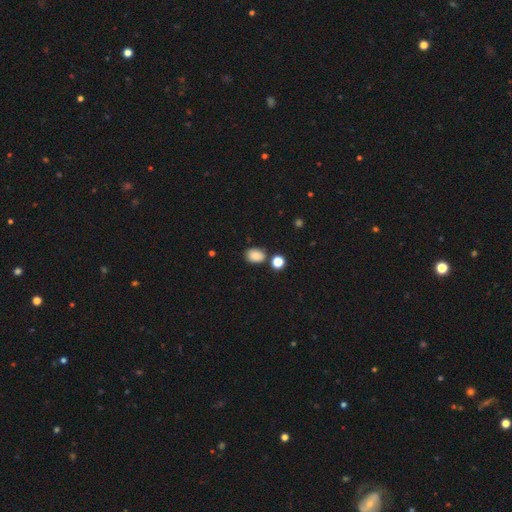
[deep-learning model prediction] A smooth galaxy with no disk features (84%) that is in between round and cigar-shaped (69%).

Vote fractions:
- Smooth or featured? smooth: 84% / star or artifact: 10% / featured or disk: 6%
- How rounded? in between: 69% / round: 30% / cigar-shaped: 1%
- Merging? none: 77% / minor disturbance: 11% / merger: 8% / major disturbance: 3%